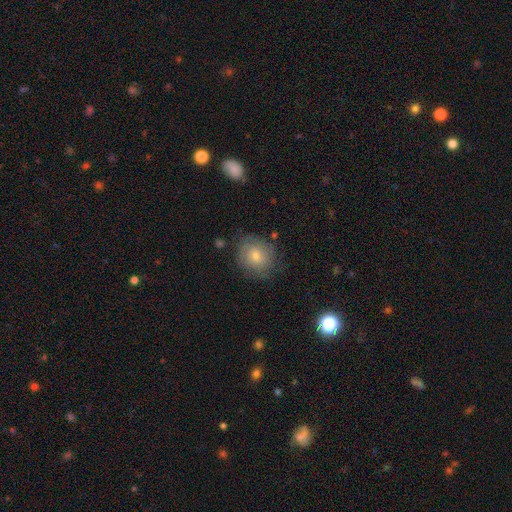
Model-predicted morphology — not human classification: Smooth or featured? Predicted: smooth (p=0.60). How rounded? Predicted: round (p=0.77). Merging? Predicted: none (p=0.74).